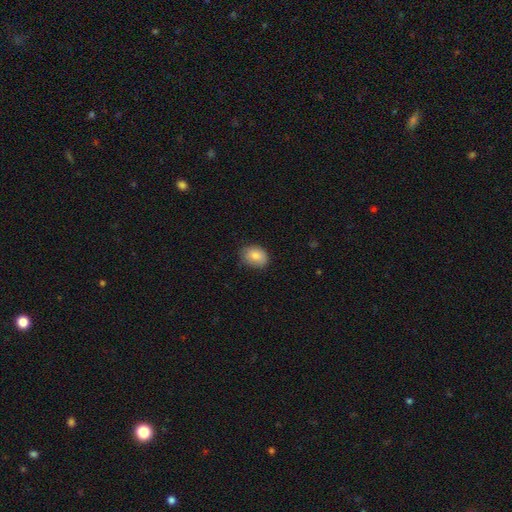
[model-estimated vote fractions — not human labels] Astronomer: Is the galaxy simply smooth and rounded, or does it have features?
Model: smooth — 85%.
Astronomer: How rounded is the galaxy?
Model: in between — 68%.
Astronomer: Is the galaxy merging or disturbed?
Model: none — 78%.